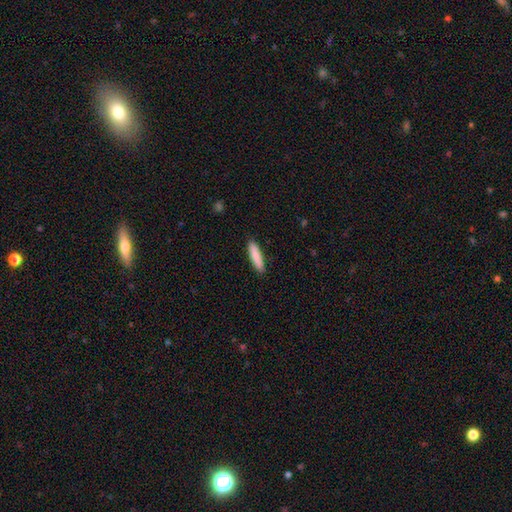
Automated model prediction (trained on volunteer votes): Smooth or featured: smooth — 85% (featured or disk — 9%)
How rounded: cigar-shaped — 79% (in between — 20%)
Merging: none — 90% (minor disturbance — 8%)